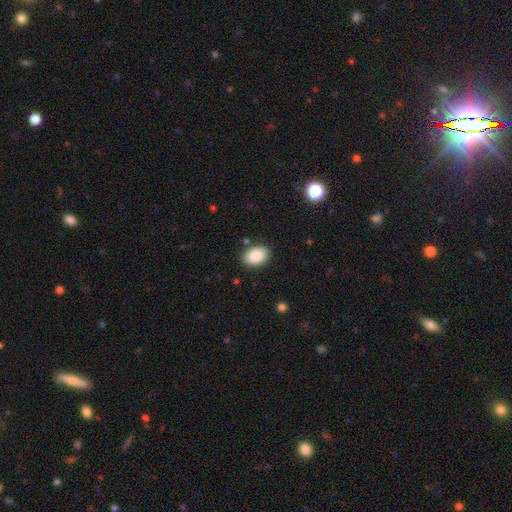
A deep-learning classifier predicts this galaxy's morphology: Q: Smooth or featured?
A: smooth (87%); runner-up: star or artifact (7%)
Q: How rounded?
A: in between (85%); runner-up: round (14%)
Q: Merging?
A: none (87%); runner-up: minor disturbance (9%)